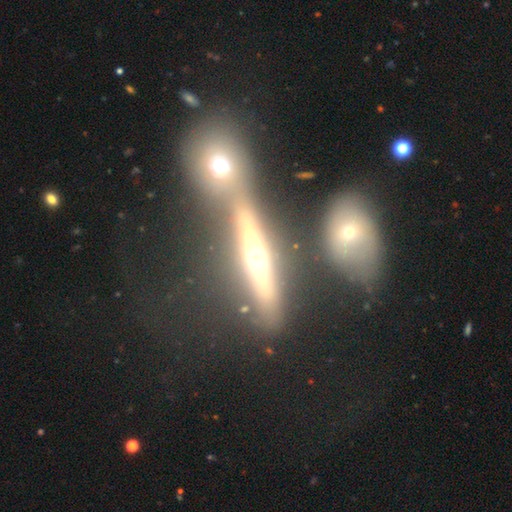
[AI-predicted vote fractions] This appears to be a featured or disk galaxy (60%) viewed edge-on (85%) with a rounded central bulge (86%). Merging: none (51%).